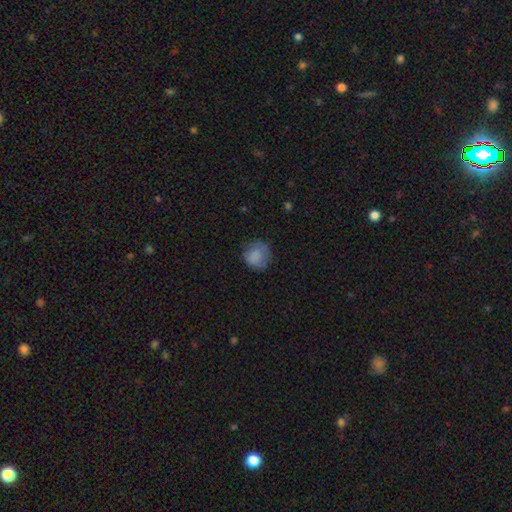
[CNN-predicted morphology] Smooth or featured? smooth (78%)
How rounded? round (83%)
Merging? none (66%)